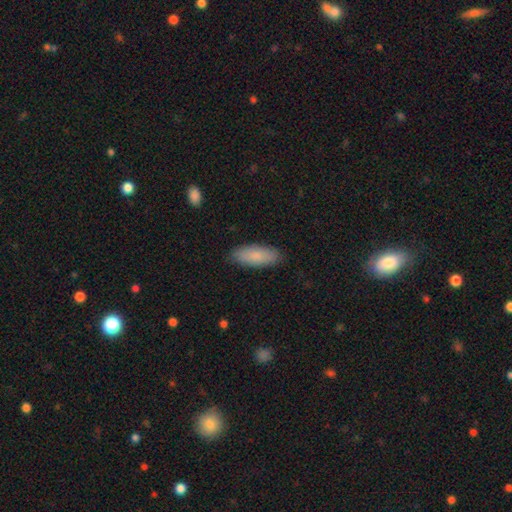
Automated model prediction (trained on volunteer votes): The model was most divided on "how rounded": in between: 72%, cigar-shaped: 26%, round: 2%. More confident: merging — none (88%); smooth or featured — smooth (85%).